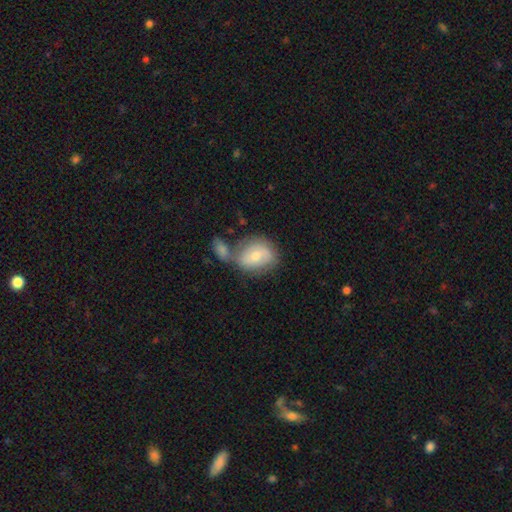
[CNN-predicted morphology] This appears to be a smooth galaxy with no disk features (56%) that is in between round and cigar-shaped (54%). Merging: merger (41%).